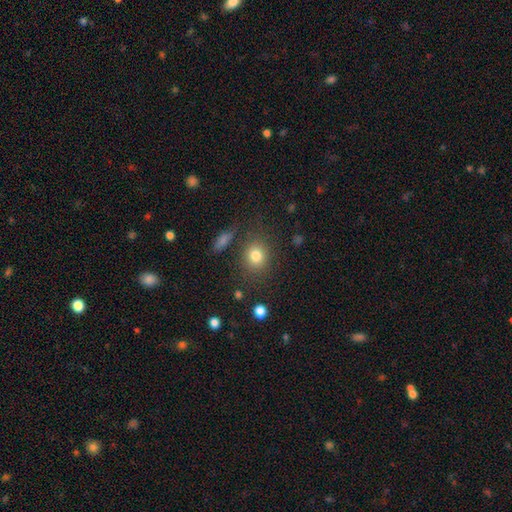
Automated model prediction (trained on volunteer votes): smooth 81%, star or artifact 12%, featured or disk 8%. Down the decision tree: how rounded — round (70%); merging — none (79%).